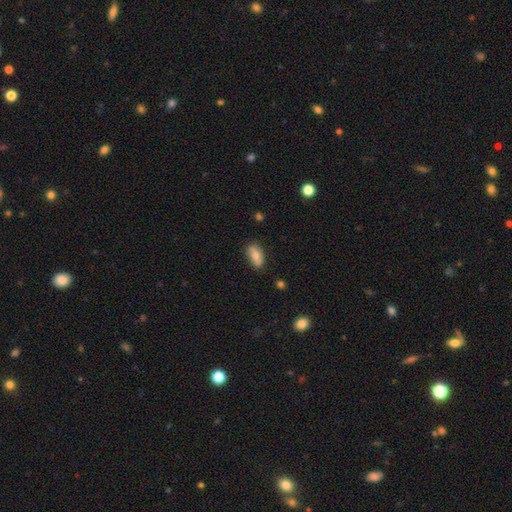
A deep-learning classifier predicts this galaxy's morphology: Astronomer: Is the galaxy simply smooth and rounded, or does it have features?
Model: smooth — 67%.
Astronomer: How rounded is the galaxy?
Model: in between — 88%.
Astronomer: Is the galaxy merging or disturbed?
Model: none — 74%.